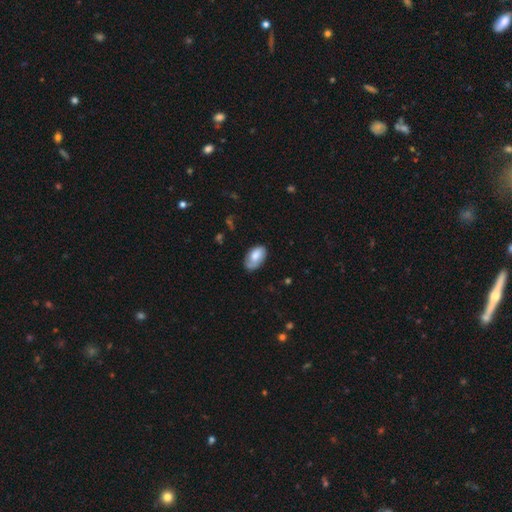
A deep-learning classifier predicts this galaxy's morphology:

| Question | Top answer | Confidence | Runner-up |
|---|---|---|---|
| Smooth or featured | smooth | 69% | featured or disk (24%) |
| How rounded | in between | 93% | round (5%) |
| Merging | none | 64% | minor disturbance (27%) |